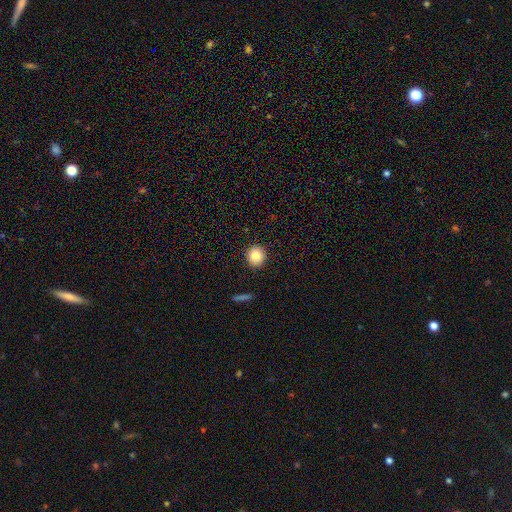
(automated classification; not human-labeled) This is clearly a smooth galaxy (83%). How rounded: clearly round (91%). Merging: clearly none (92%).